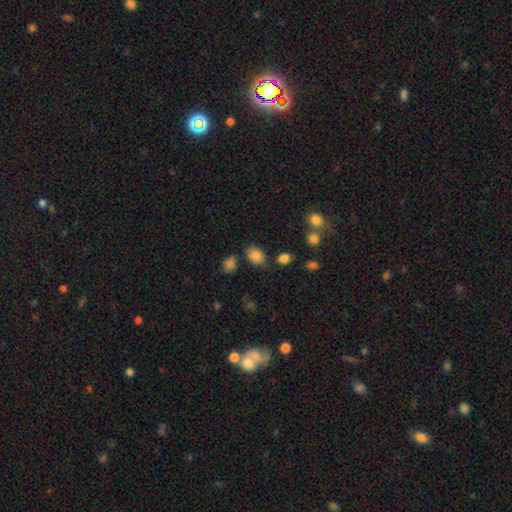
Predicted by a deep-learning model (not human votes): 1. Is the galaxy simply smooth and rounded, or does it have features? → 83% smooth, 10% star or artifact, 6% featured or disk.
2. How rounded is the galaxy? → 76% in between, 23% round, 1% cigar-shaped.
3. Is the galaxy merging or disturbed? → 77% none, 13% minor disturbance, 6% merger, 4% major disturbance.